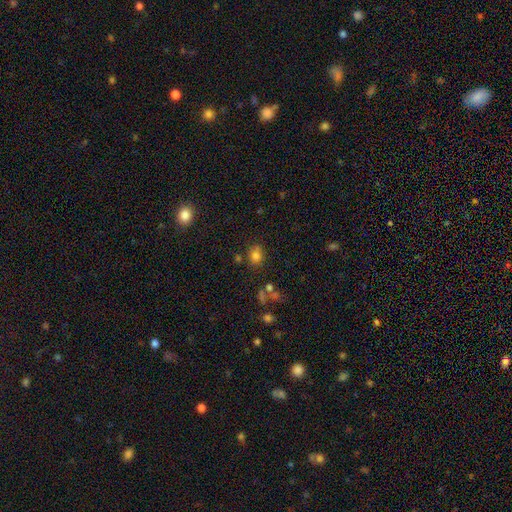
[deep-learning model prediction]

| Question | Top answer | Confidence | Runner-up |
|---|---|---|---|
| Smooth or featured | smooth | 77% | star or artifact (15%) |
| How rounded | round | 56% | in between (43%) |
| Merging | none | 71% | minor disturbance (16%) |